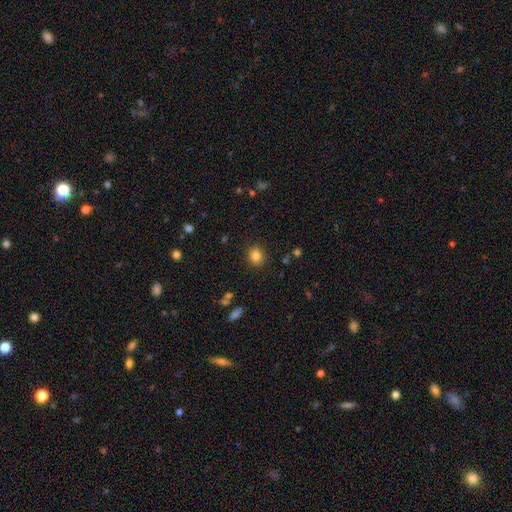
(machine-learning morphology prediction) This is clearly a smooth galaxy (82%). How rounded: likely round (74%). Merging: clearly none (89%).